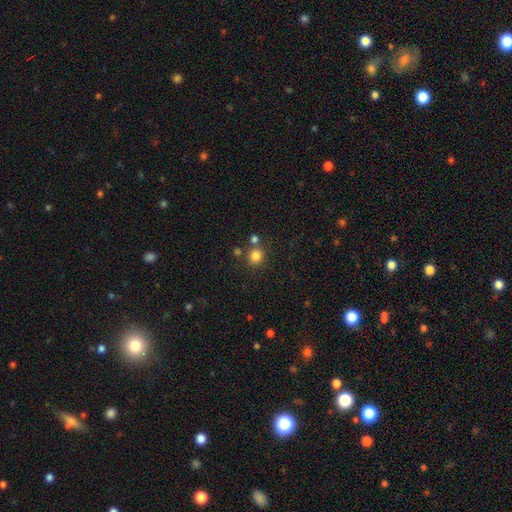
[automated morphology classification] smooth 82%, star or artifact 13%, featured or disk 5%. Down the decision tree: how rounded — round (89%); merging — none (74%).